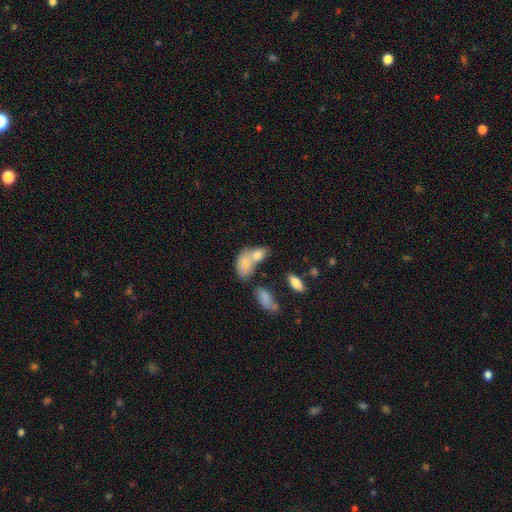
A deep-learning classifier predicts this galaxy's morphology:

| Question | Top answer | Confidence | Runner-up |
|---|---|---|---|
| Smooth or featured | smooth | 68% | featured or disk (21%) |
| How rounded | in between | 83% | round (13%) |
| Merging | merger | 55% | none (26%) |